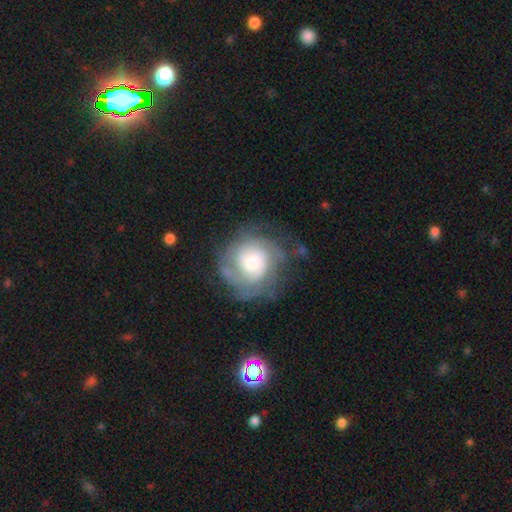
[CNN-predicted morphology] Overall: featured or disk (74%). Edge-on disk: no (98%). Bar: no (73%). Spiral arms: yes (90%). Spiral arm count: can't tell (37%; 2 28%). Spiral winding: tight (60%; medium 29%). Bulge size: moderate (50%; small 28%). Merging: none (65%).